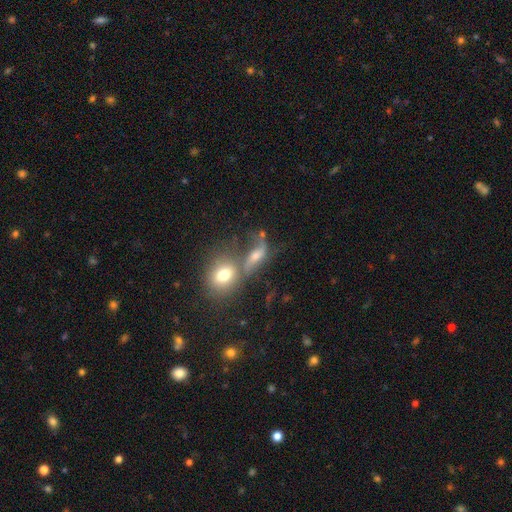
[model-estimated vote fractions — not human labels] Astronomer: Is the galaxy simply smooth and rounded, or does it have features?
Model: featured or disk — 45% (runner-up: smooth, 35%).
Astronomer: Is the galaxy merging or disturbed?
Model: none — 39% (runner-up: merger, 36%).